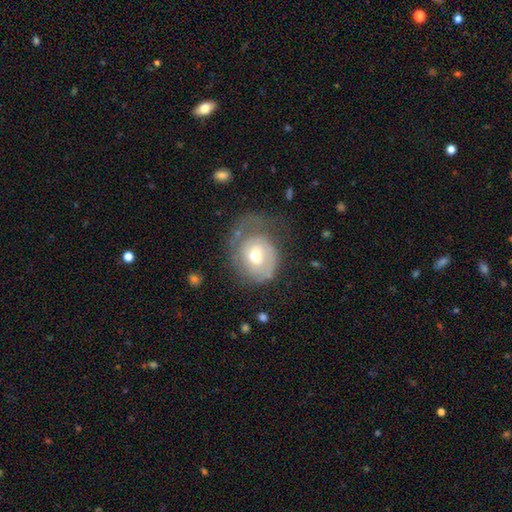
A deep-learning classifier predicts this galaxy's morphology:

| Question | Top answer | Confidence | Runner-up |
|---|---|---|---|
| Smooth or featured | featured or disk | 56% | smooth (37%) |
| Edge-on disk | no | 96% | yes (4%) |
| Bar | no | 76% | weak (20%) |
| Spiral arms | yes | 67% | no (33%) |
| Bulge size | moderate | 70% | small (18%) |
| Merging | none | 39% | major disturbance (34%) |